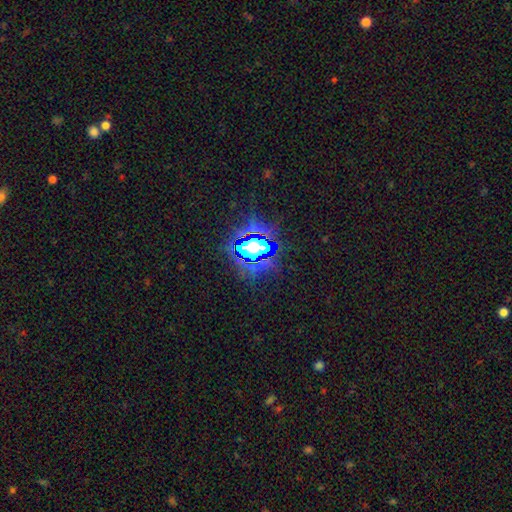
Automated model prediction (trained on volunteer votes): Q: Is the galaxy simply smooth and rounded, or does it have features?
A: star or artifact — 80%.